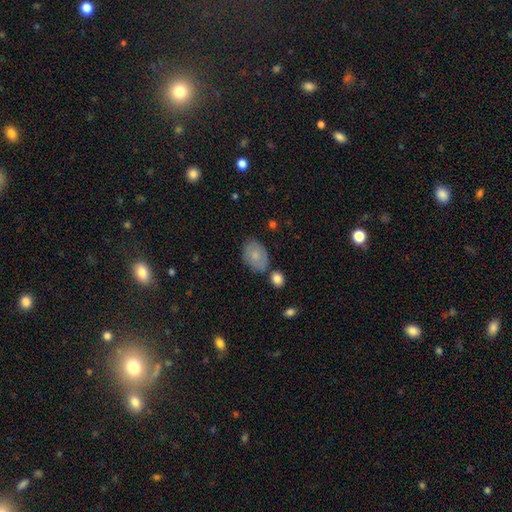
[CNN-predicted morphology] Smooth or featured: smooth — 71% (featured or disk — 21%)
How rounded: in between — 78% (round — 20%)
Merging: none — 68% (minor disturbance — 19%)